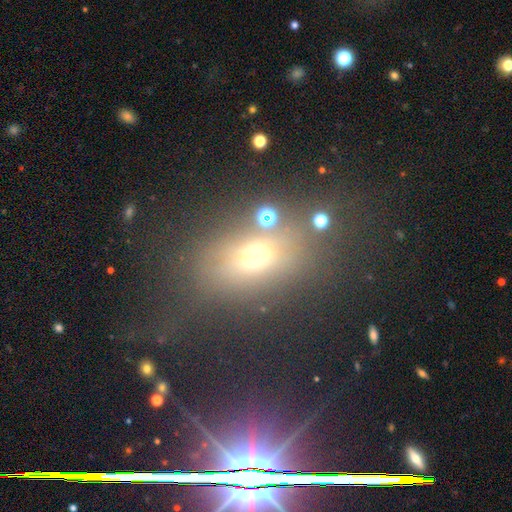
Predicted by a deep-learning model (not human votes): This appears to be a smooth galaxy with no disk features (56%) that is in between round and cigar-shaped (70%). Merging: none (63%).